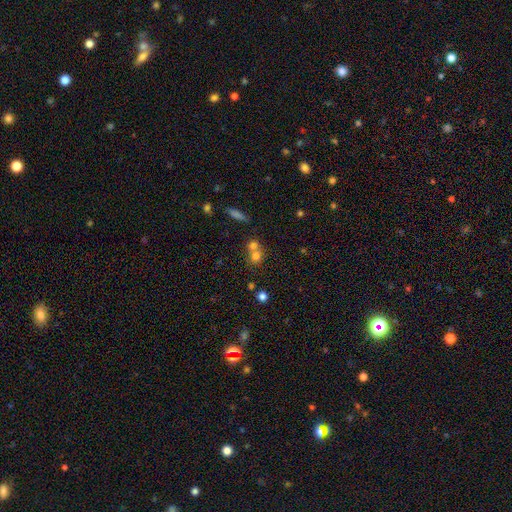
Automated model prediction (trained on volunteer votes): Overall: smooth (73%). How rounded: round (80%). Merging: merger (55%; none 37%).